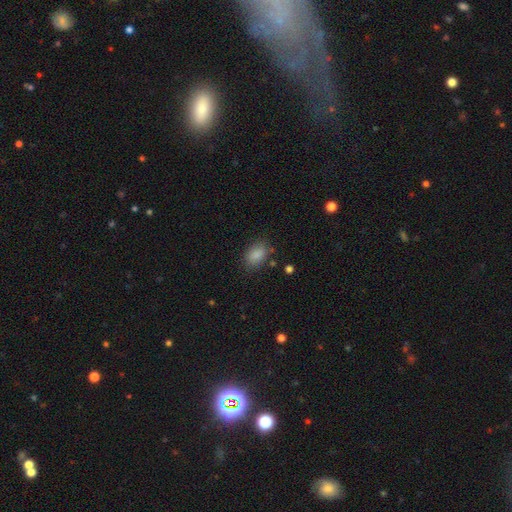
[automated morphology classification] Smooth or featured?
  - smooth: 86% *
  - star or artifact: 9%
  - featured or disk: 5%
How rounded?
  - in between: 85% *
  - round: 13%
  - cigar-shaped: 2%
Merging?
  - none: 77% *
  - minor disturbance: 16%
  - major disturbance: 5%
  - merger: 2%